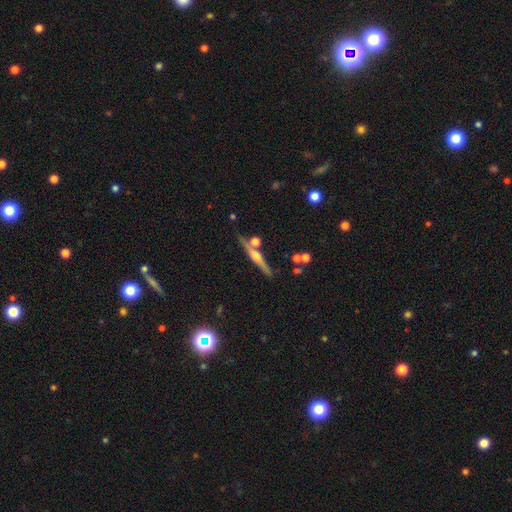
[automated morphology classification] A featured or disk galaxy (70%) viewed edge-on (96%) with a rounded central bulge (88%). Merging: none (76%).